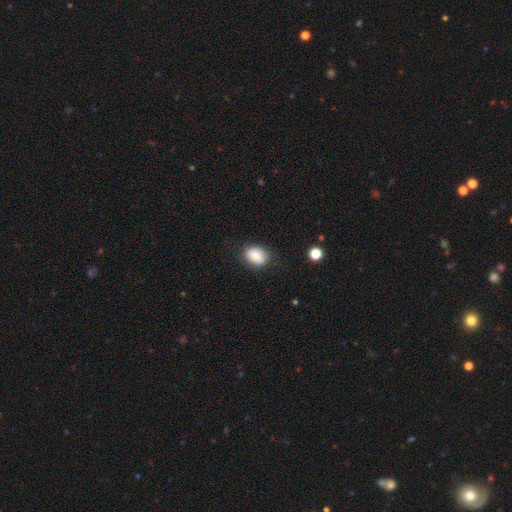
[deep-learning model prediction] This is clearly a smooth galaxy (85%). How rounded: likely in between (67%). Merging: likely none (79%).